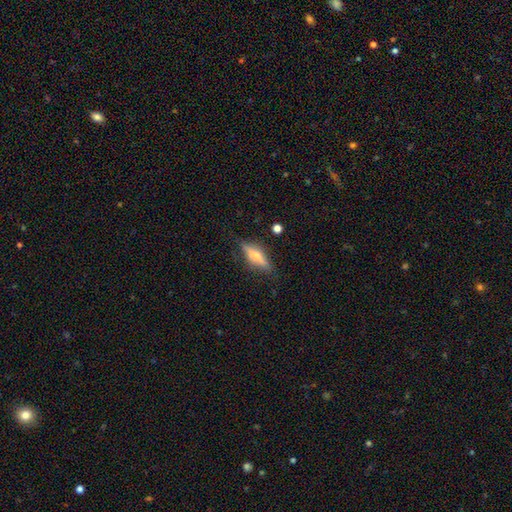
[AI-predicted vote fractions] smooth-or-featured: featured or disk: 53% | smooth: 39% | star or artifact: 8%
  disk-edge-on: yes: 89% | no: 11%
  merging: none: 79% | minor disturbance: 15% | major disturbance: 4% | merger: 2%